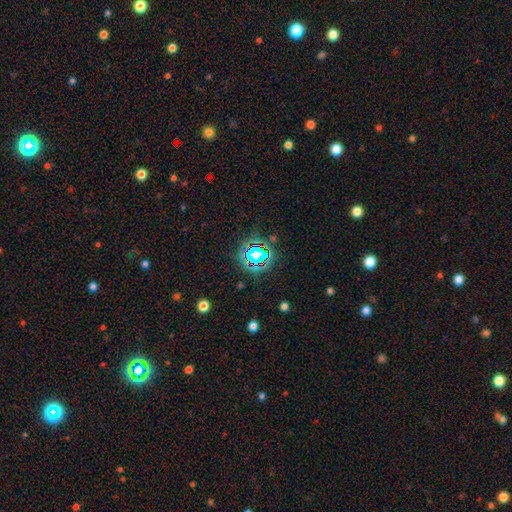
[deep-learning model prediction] star or artifact 68%, smooth 20%, featured or disk 12%.